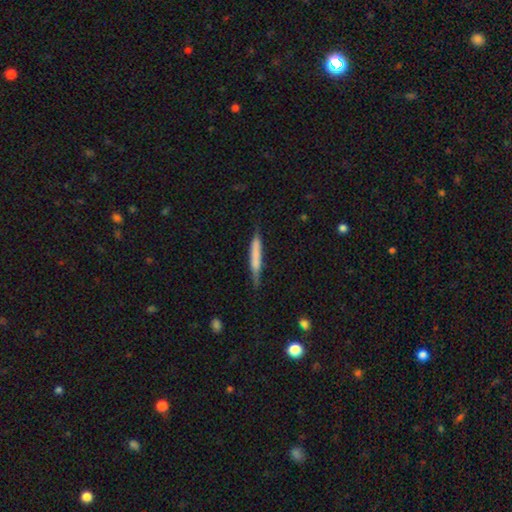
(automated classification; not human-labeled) Smooth or featured: smooth — 65% (featured or disk — 30%)
How rounded: cigar-shaped — 94% (in between — 5%)
Merging: none — 73% (minor disturbance — 21%)